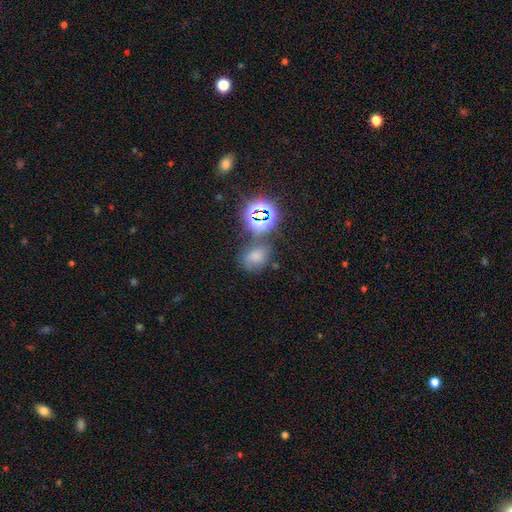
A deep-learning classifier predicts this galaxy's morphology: The model was most divided on "how rounded": in between: 53%, round: 46%, cigar-shaped: 1%. More confident: smooth or featured — smooth (56%); merging — none (53%).